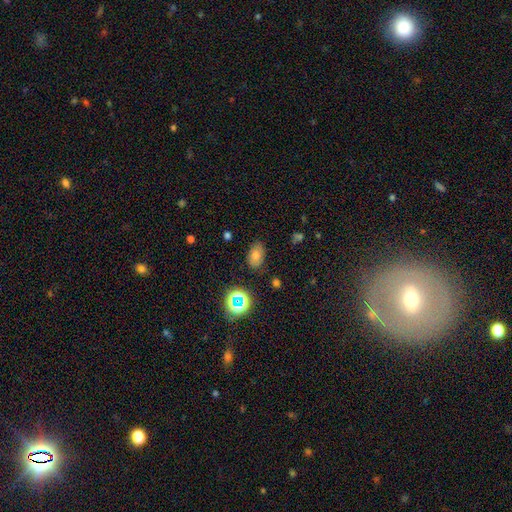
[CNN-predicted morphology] This is likely a smooth galaxy (71%). How rounded: clearly in between (86%). Merging: likely none (79%).